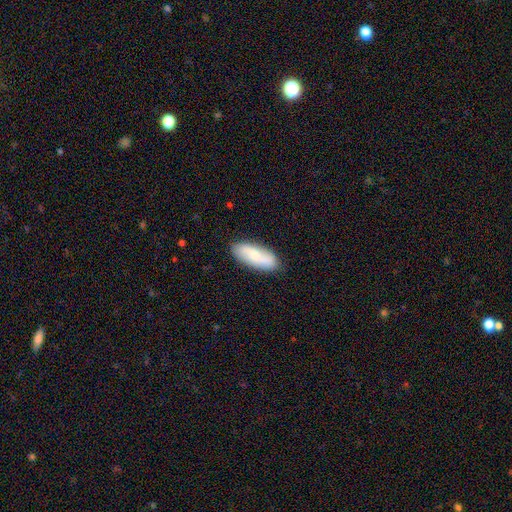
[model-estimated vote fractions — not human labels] This appears to be a smooth galaxy with no disk features (67%) that is in between round and cigar-shaped (74%). Merging: none (85%).